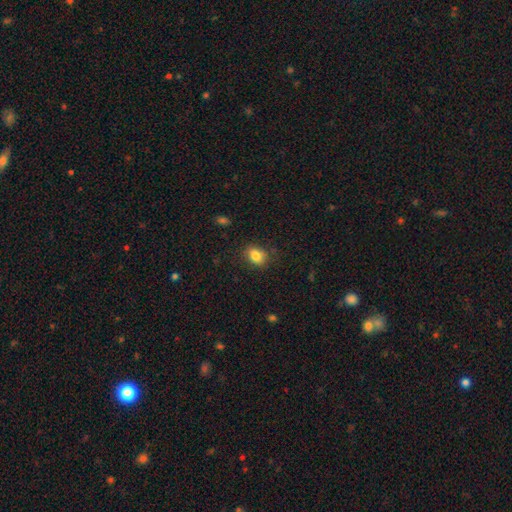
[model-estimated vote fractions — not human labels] Q: Smooth or featured?
A: smooth (83%); runner-up: star or artifact (9%)
Q: How rounded?
A: in between (72%); runner-up: round (27%)
Q: Merging?
A: none (80%); runner-up: minor disturbance (14%)